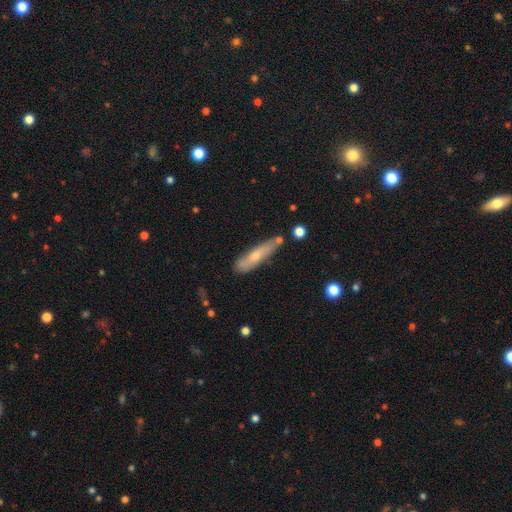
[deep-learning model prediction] A smooth galaxy with no disk features (57%) that is cigar-shaped (80%).

Vote fractions:
- Smooth or featured? smooth: 57% / featured or disk: 37% / star or artifact: 6%
- How rounded? cigar-shaped: 80% / in between: 18% / round: 2%
- Merging? none: 68% / minor disturbance: 21% / merger: 6% / major disturbance: 4%